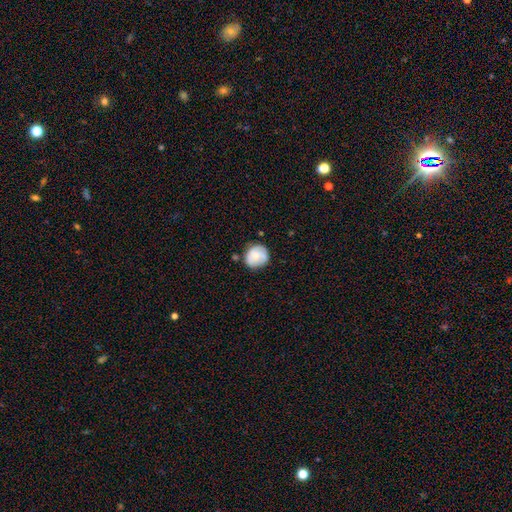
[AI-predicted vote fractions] This is likely a smooth galaxy (64%). How rounded: clearly round (81%). Merging: likely none (65%).